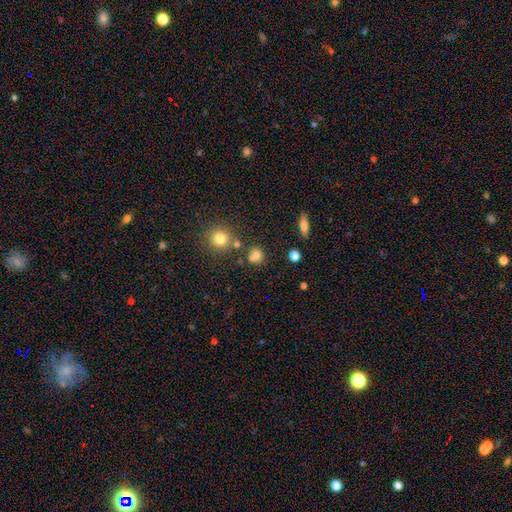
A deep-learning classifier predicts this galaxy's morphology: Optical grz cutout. It shows a smooth galaxy with no disk features (75%) that is round (83%). Merging: none (73%).